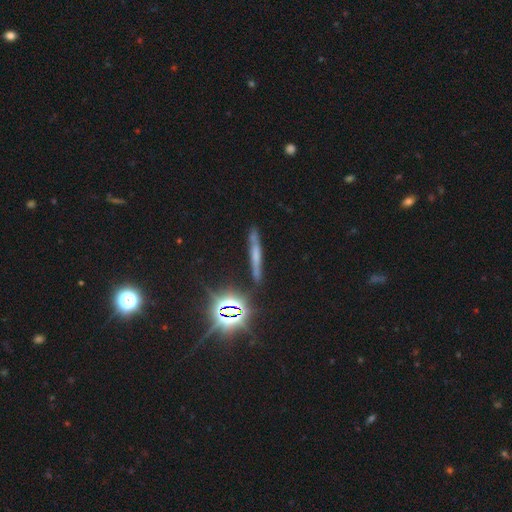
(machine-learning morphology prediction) type=smooth (39%); merging=none (79%).